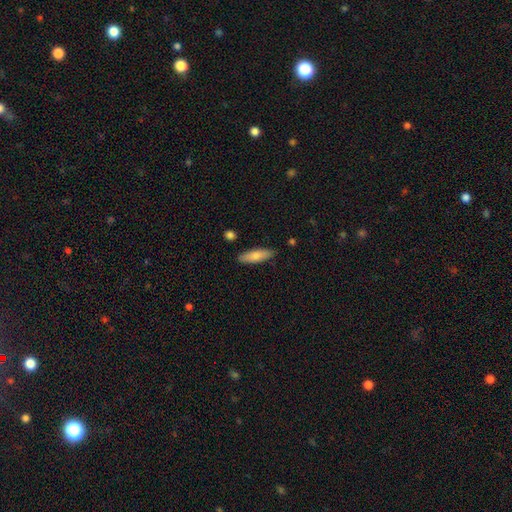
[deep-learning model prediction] Smooth or featured? Predicted: smooth (p=0.77). How rounded? Predicted: cigar-shaped (p=0.50). Merging? Predicted: none (p=0.86).